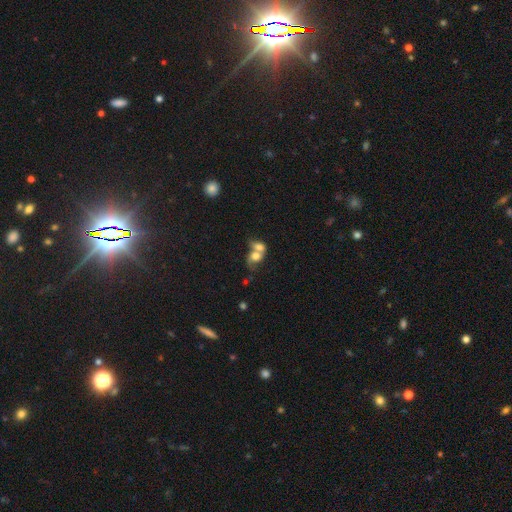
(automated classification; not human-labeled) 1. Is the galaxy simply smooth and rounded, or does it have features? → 59% smooth, 31% featured or disk, 10% star or artifact.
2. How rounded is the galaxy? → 54% in between, 44% round, 2% cigar-shaped.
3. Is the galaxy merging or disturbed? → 76% merger, 12% none, 7% major disturbance, 6% minor disturbance.